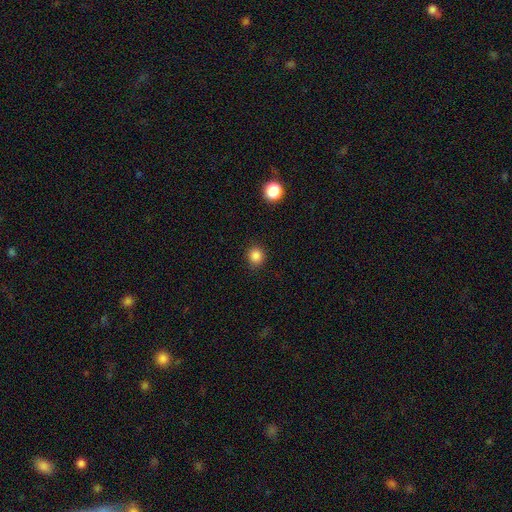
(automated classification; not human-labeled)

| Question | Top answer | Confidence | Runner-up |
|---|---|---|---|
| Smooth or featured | smooth | 85% | star or artifact (12%) |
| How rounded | round | 87% | in between (12%) |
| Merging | none | 88% | minor disturbance (8%) |